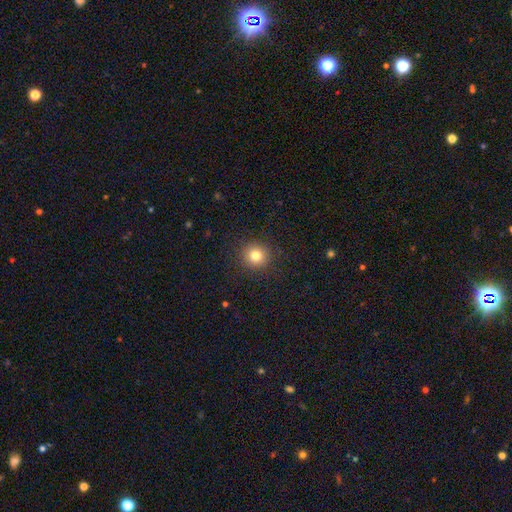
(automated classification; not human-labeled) A smooth galaxy with no disk features (80%) that is round (93%).

Vote fractions:
- Smooth or featured? smooth: 80% / star or artifact: 13% / featured or disk: 7%
- How rounded? round: 93% / in between: 6% / cigar-shaped: 1%
- Merging? none: 91% / minor disturbance: 6% / major disturbance: 2% / merger: 1%